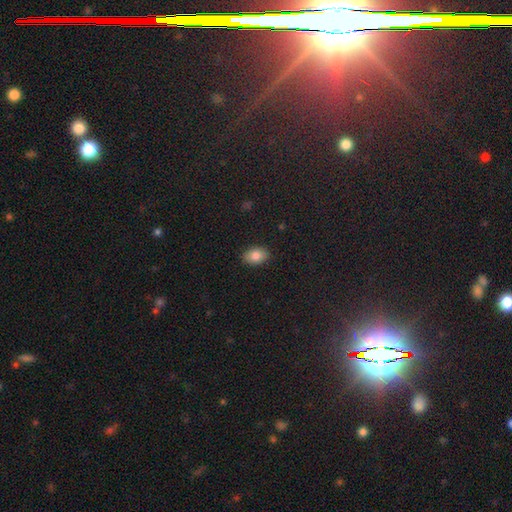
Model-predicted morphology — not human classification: smooth-or-featured: smooth: 83% | star or artifact: 9% | featured or disk: 8%
  how-rounded: in between: 82% | round: 17% | cigar-shaped: 1%
  merging: none: 88% | minor disturbance: 9% | major disturbance: 2% | merger: 1%